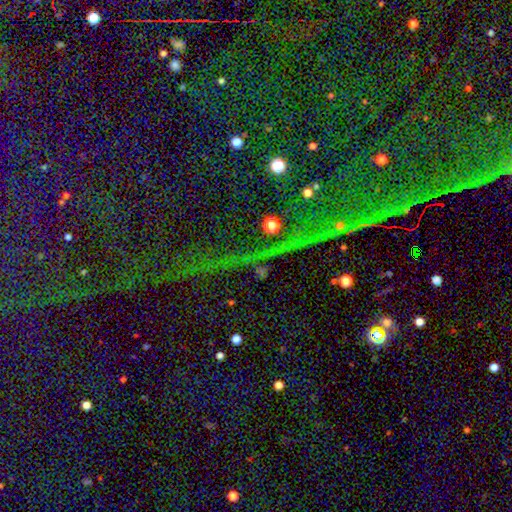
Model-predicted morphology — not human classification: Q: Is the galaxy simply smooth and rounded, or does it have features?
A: star or artifact — 82%.